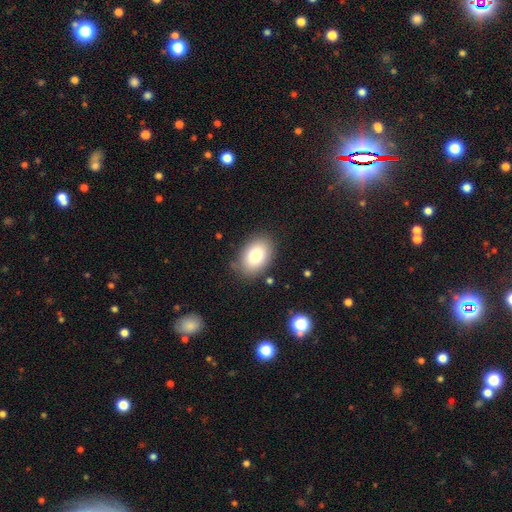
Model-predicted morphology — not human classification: smooth 81%, featured or disk 10%, star or artifact 8%. Down the decision tree: how rounded — in between (84%); merging — none (81%).